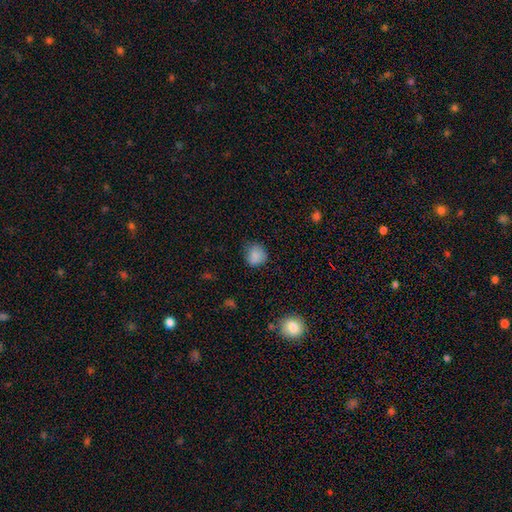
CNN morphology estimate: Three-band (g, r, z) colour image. It shows a smooth galaxy with no disk features (84%) that is round (80%). Merging: none (70%).